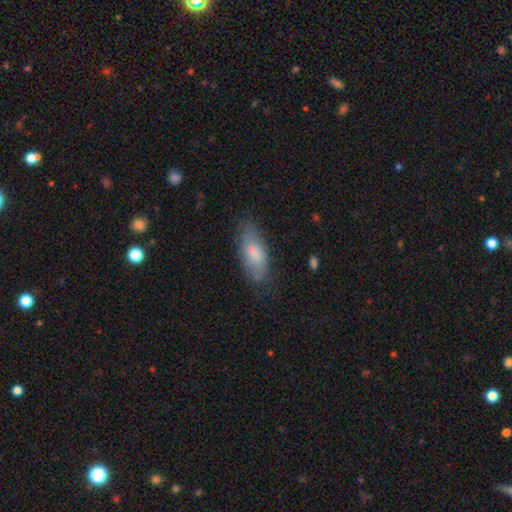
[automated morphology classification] Overall: smooth (74%). How rounded: in between (78%). Merging: none (74%).